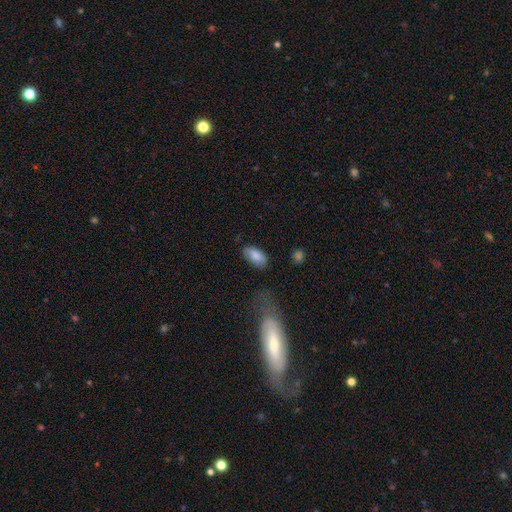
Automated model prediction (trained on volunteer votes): A smooth galaxy with no disk features (82%) that is in between round and cigar-shaped (93%). Merging: none (70%).